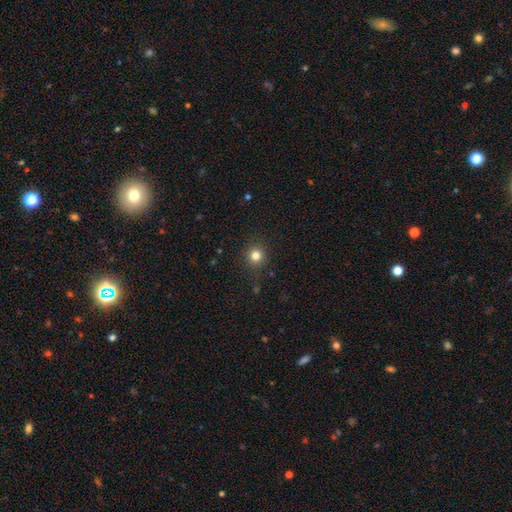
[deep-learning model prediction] Smooth or featured: smooth — 81% (star or artifact — 14%)
How rounded: round — 91% (in between — 8%)
Merging: none — 88% (minor disturbance — 8%)